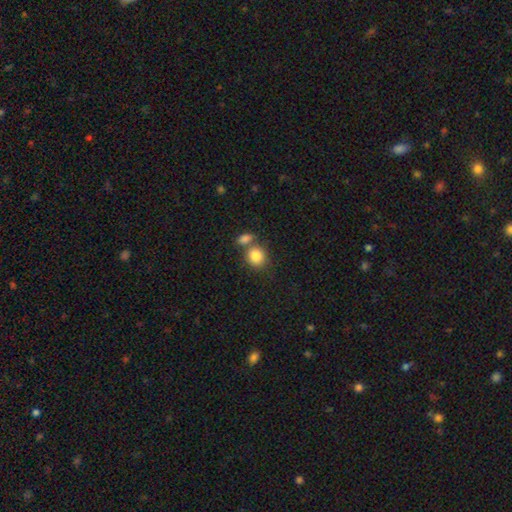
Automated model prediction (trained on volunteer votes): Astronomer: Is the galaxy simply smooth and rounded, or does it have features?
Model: smooth — 85%.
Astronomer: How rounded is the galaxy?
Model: round — 76%.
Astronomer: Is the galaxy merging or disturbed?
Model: none — 53% (runner-up: merger, 33%).